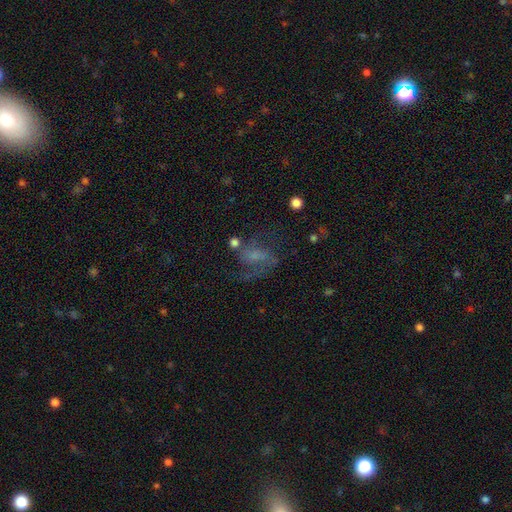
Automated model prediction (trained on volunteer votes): This is possibly a featured or disk galaxy (59%). It is clearly not viewed edge-on (97%). Bar: possibly no (47%). Spiral arm pattern: clearly yes (81%). Central bulge: marginally small (38%). Merging: marginally none (45%).